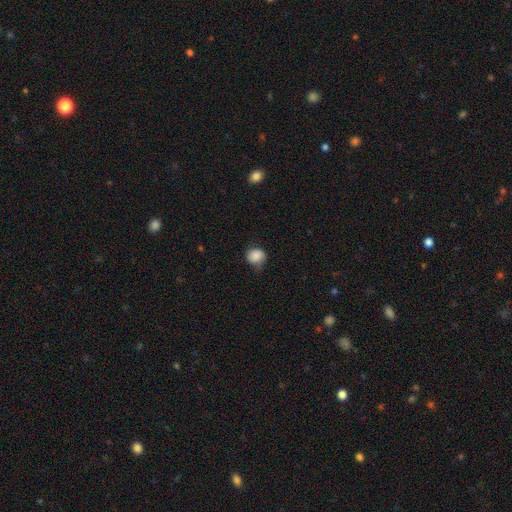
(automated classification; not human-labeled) Smooth or featured: smooth — 84% (star or artifact — 9%)
How rounded: round — 76% (in between — 24%)
Merging: none — 61% (minor disturbance — 30%)